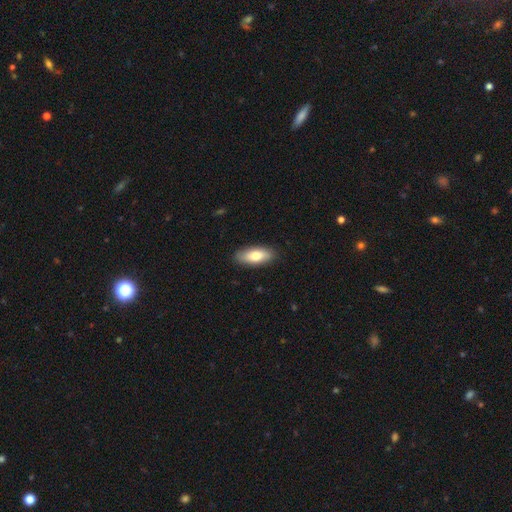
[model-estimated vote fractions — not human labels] A smooth galaxy with no disk features (77%) that is in between round and cigar-shaped (79%).

Vote fractions:
- Smooth or featured? smooth: 77% / featured or disk: 18% / star or artifact: 6%
- How rounded? in between: 79% / cigar-shaped: 19% / round: 2%
- Merging? none: 88% / minor disturbance: 9% / major disturbance: 2% / merger: 1%